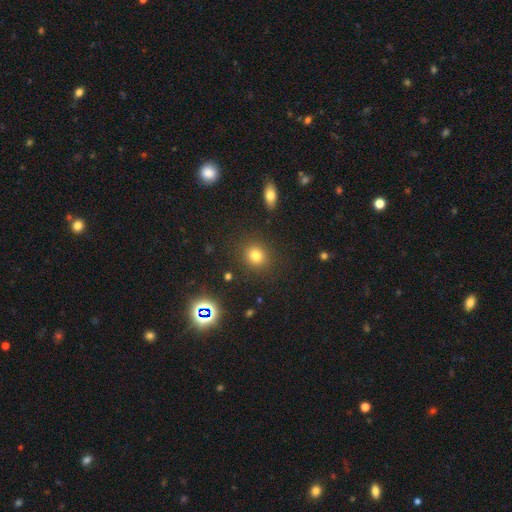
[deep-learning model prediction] This appears to be a smooth galaxy with no disk features (78%) that is round (83%). Merging: none (88%).